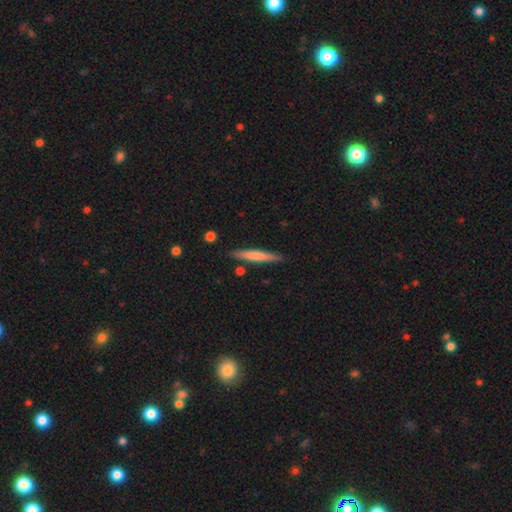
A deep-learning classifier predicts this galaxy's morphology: type=smooth (65%); roundness=cigar-shaped (95%); merging=none (87%).